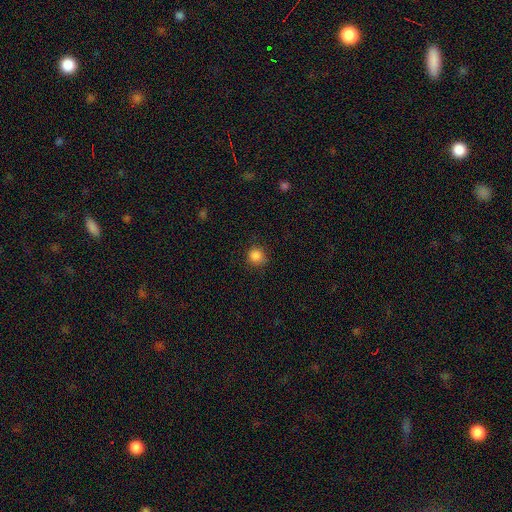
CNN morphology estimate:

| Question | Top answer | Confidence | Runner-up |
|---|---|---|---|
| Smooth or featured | smooth | 85% | star or artifact (12%) |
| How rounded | round | 88% | in between (11%) |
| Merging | none | 83% | minor disturbance (13%) |